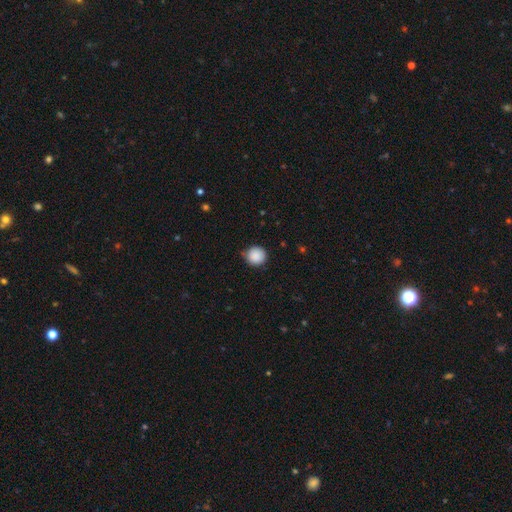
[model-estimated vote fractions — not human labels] smooth 89%, star or artifact 9%, featured or disk 3%. Down the decision tree: how rounded — round (94%); merging — none (84%).